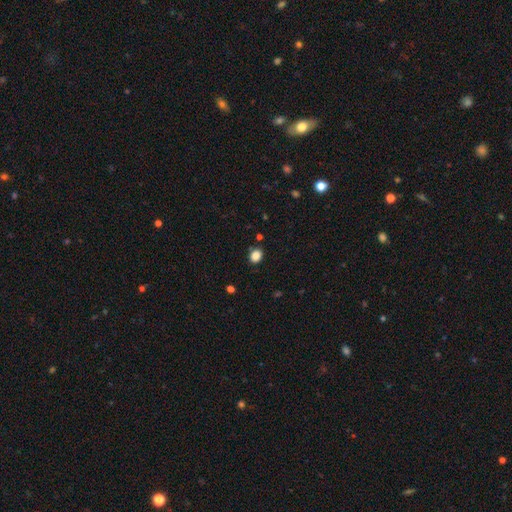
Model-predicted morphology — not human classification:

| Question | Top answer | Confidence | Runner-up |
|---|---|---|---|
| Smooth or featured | smooth | 85% | star or artifact (11%) |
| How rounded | in between | 53% | round (46%) |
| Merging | none | 85% | minor disturbance (10%) |